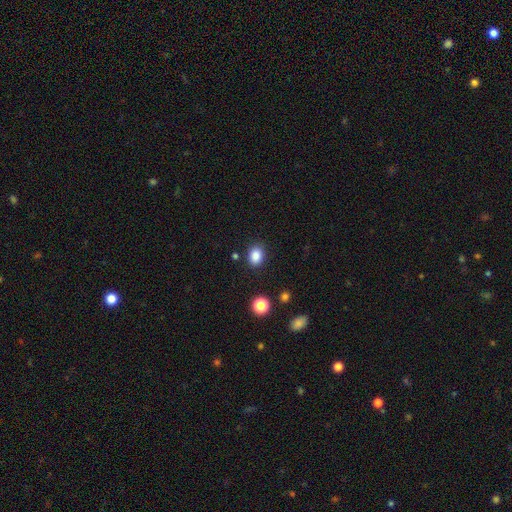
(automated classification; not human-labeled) Smooth or featured?
  - smooth: 86% *
  - star or artifact: 10%
  - featured or disk: 4%
How rounded?
  - in between: 58% *
  - round: 41%
  - cigar-shaped: 1%
Merging?
  - none: 85% *
  - minor disturbance: 10%
  - major disturbance: 3%
  - merger: 2%